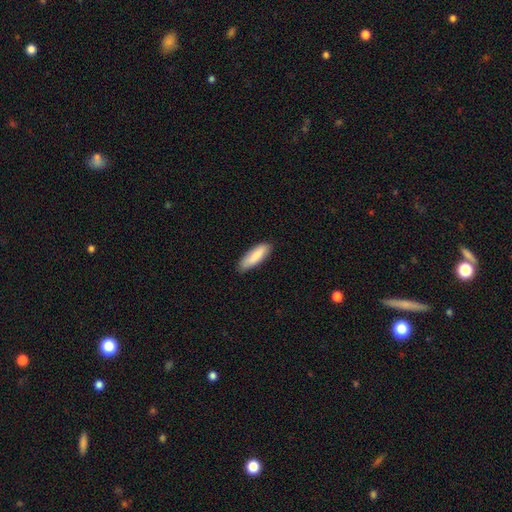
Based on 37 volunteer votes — Smooth or featured? 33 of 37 (89%) said smooth. How rounded? 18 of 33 (55%) said in between. Merging? 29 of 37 (78%) said none.